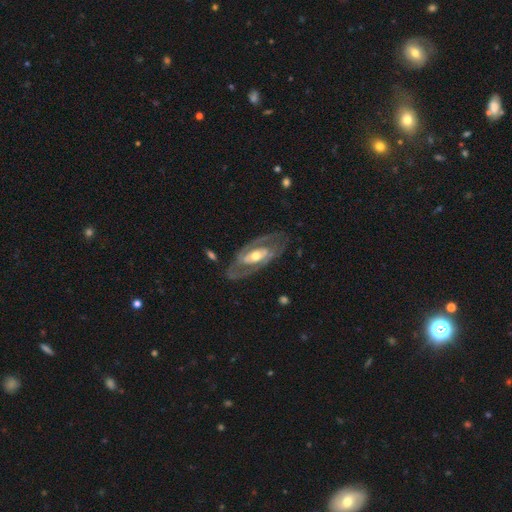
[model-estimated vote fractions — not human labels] This appears to be a featured or disk galaxy (81%) with no bar (49%), 2 (74%) tight (44%) spiral arms (74%) and a moderate central bulge (68%). Merging: none (73%).